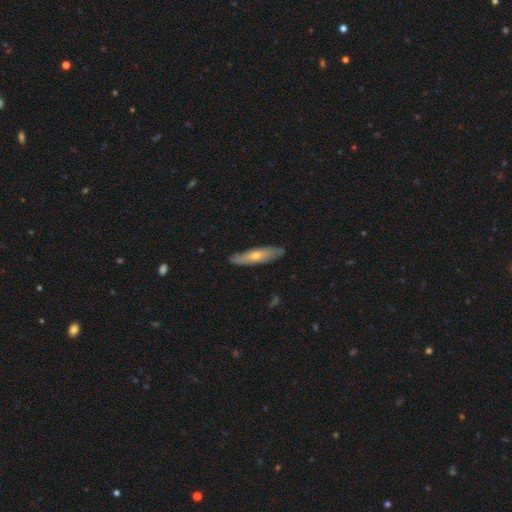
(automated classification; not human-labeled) Smooth or featured: smooth — 49% (featured or disk — 46%)
Merging: none — 87% (minor disturbance — 10%)